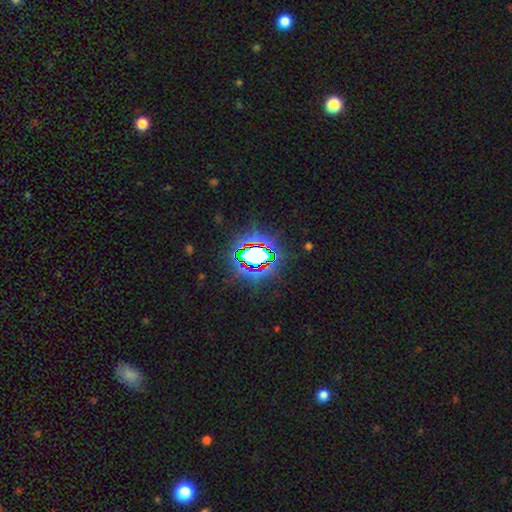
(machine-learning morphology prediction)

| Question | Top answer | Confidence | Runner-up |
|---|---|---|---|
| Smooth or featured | star or artifact | 72% | smooth (17%) |